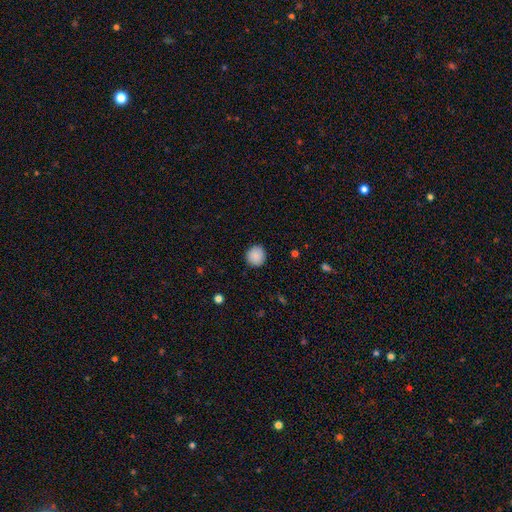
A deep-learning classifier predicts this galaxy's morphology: smooth-or-featured: smooth: 89% | star or artifact: 8% | featured or disk: 3%
  how-rounded: round: 92% | in between: 8% | cigar-shaped: 1%
  merging: none: 91% | minor disturbance: 6% | major disturbance: 2% | merger: 1%